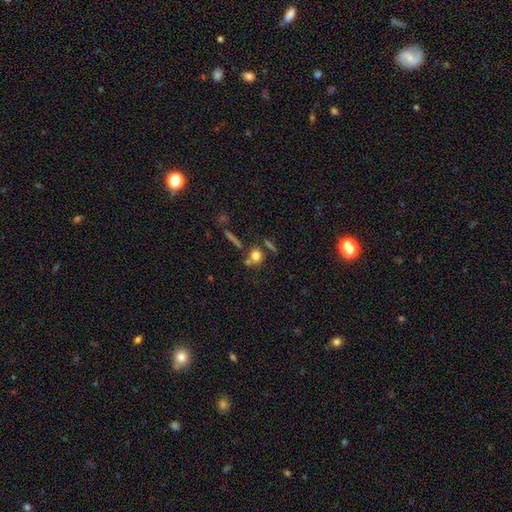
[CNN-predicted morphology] Smooth or featured? Predicted: smooth (p=0.71). How rounded? Predicted: round (p=0.77). Merging? Predicted: none (p=0.62).